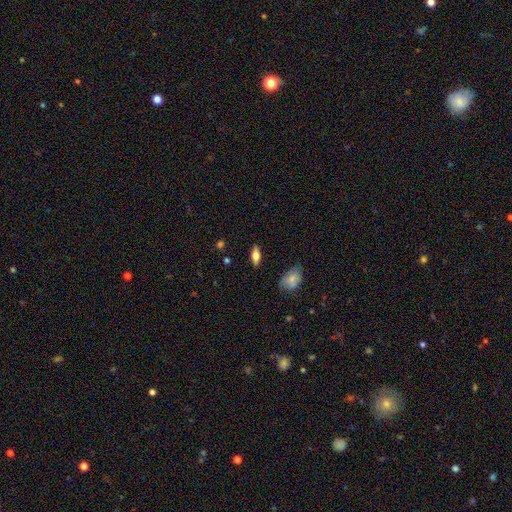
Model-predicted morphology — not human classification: Smooth or featured?
  - smooth: 56% *
  - featured or disk: 35%
  - star or artifact: 8%
How rounded?
  - in between: 73% *
  - cigar-shaped: 22%
  - round: 4%
Merging?
  - none: 85% *
  - minor disturbance: 11%
  - major disturbance: 3%
  - merger: 1%